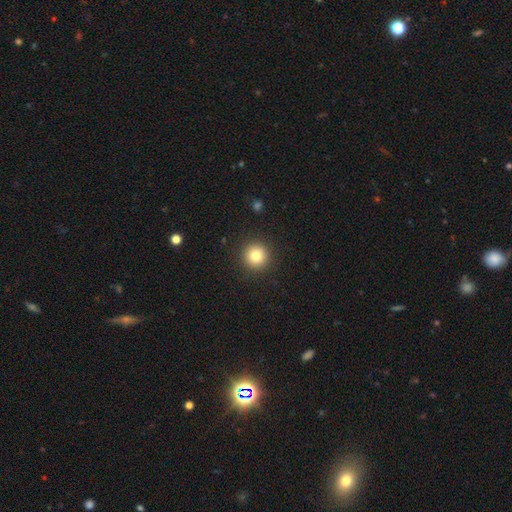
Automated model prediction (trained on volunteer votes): smooth-or-featured: smooth: 81% | star or artifact: 11% | featured or disk: 8%
  how-rounded: round: 95% | in between: 4% | cigar-shaped: 1%
  merging: none: 92% | minor disturbance: 5% | major disturbance: 2% | merger: 1%